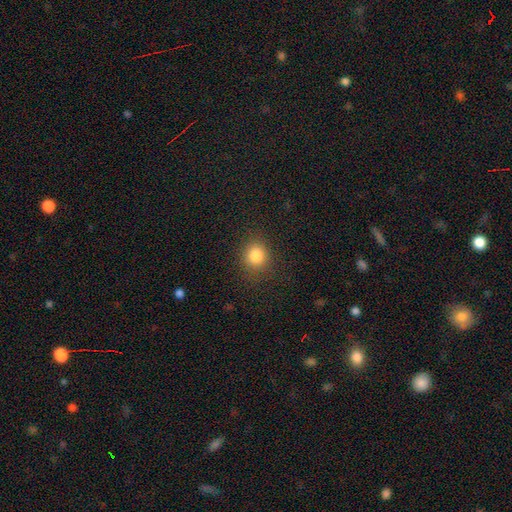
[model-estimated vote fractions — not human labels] Smooth or featured: smooth — 83% (star or artifact — 12%)
How rounded: round — 80% (in between — 19%)
Merging: none — 85% (minor disturbance — 10%)